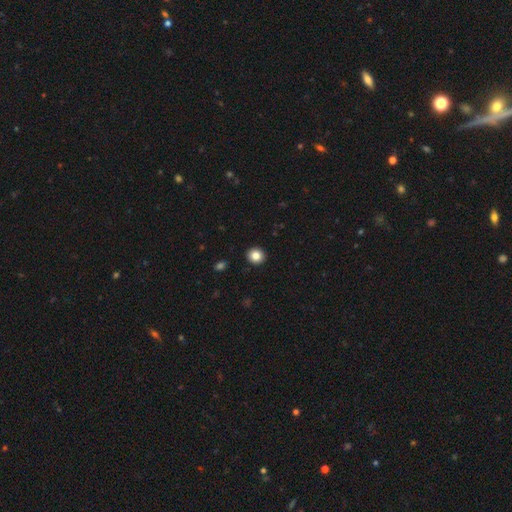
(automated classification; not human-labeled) Q: Smooth or featured?
A: smooth (84%); runner-up: star or artifact (10%)
Q: How rounded?
A: round (89%); runner-up: in between (10%)
Q: Merging?
A: none (93%); runner-up: minor disturbance (4%)